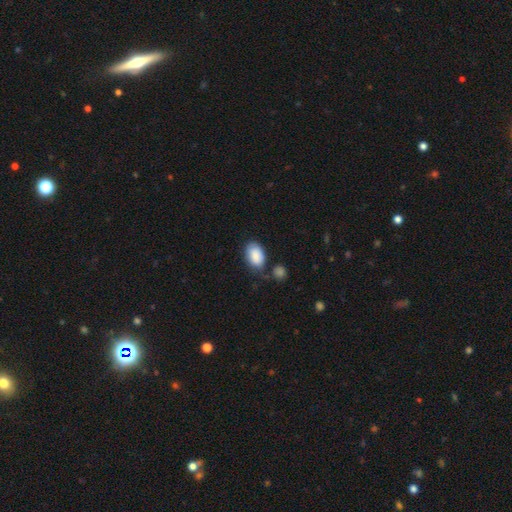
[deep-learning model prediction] Smooth or featured?
  - smooth: 89% *
  - star or artifact: 6%
  - featured or disk: 5%
How rounded?
  - in between: 91% *
  - round: 7%
  - cigar-shaped: 1%
Merging?
  - none: 63% *
  - minor disturbance: 21%
  - merger: 10%
  - major disturbance: 6%